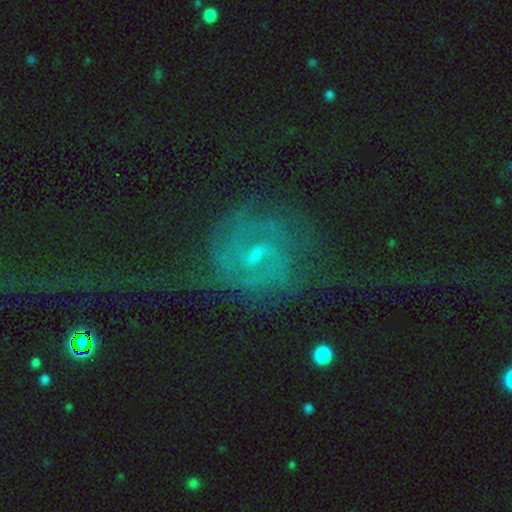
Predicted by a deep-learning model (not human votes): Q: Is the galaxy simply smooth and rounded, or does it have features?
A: featured or disk — 77%.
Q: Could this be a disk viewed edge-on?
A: no — 96%.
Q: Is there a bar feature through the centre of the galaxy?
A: weak — 58%.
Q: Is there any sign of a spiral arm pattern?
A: yes — 90%.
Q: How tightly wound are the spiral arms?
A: medium — 42%.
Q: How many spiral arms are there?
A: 2 — 64%.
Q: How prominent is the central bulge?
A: small — 63%.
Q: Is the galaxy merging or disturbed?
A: none — 56%.